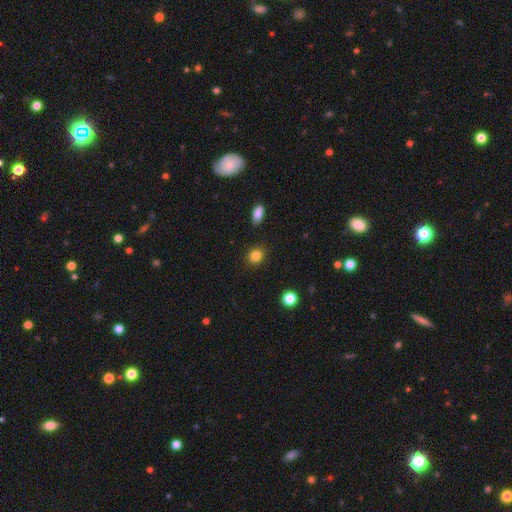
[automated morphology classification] This is clearly a smooth galaxy (84%). How rounded: likely round (61%). Merging: clearly none (88%).